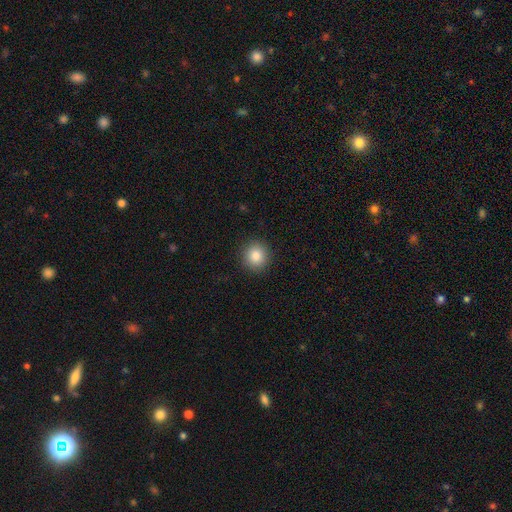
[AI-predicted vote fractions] The model was most divided on "smooth or featured": smooth: 85%, star or artifact: 10%, featured or disk: 6%. More confident: how rounded — round (92%); merging — none (92%).